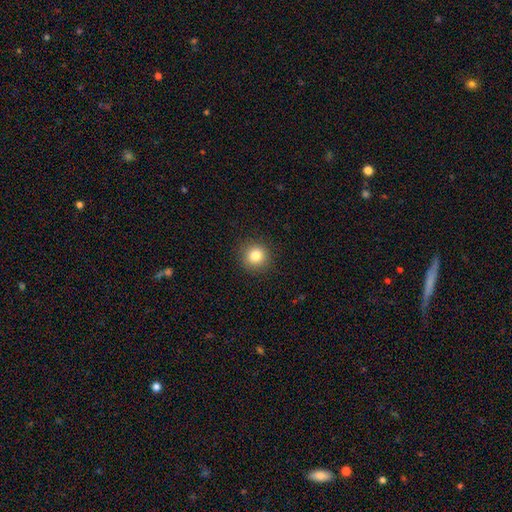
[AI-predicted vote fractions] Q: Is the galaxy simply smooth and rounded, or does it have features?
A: smooth — 82%.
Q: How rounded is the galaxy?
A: round — 93%.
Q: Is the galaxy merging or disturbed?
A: none — 91%.